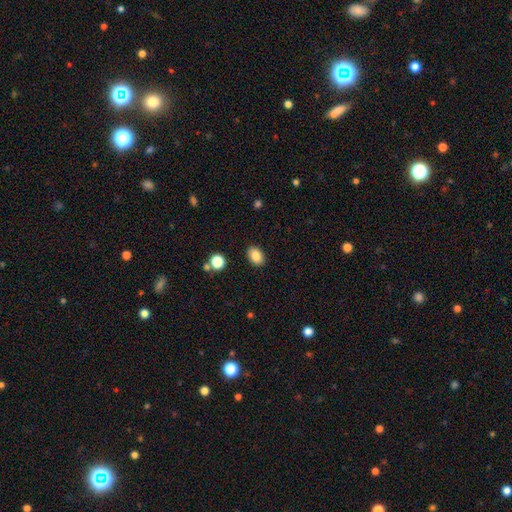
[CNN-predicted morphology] smooth-or-featured: smooth: 85% | star or artifact: 9% | featured or disk: 6%
  how-rounded: in between: 80% | round: 19% | cigar-shaped: 1%
  merging: none: 88% | minor disturbance: 8% | major disturbance: 2% | merger: 2%